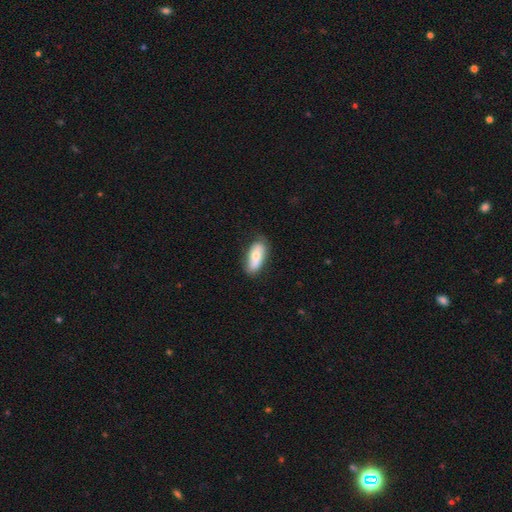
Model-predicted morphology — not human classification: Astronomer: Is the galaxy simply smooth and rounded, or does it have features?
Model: smooth — 65%.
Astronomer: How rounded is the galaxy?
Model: in between — 83%.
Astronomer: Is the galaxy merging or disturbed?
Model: none — 74%.